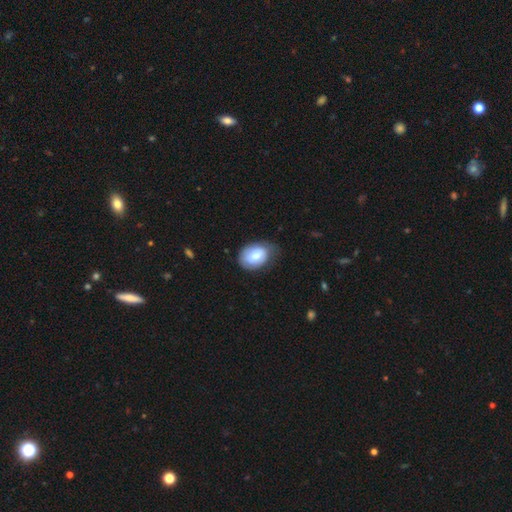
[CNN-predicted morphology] A smooth galaxy with no disk features (72%) that is in between round and cigar-shaped (78%). Merging: none (59%).